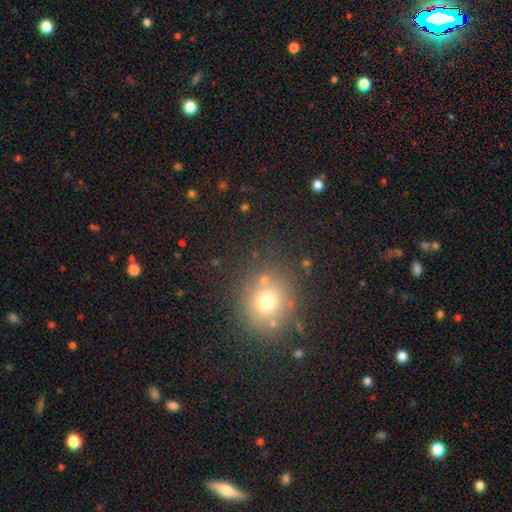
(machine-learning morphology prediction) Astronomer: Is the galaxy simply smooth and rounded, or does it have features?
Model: smooth — 59%.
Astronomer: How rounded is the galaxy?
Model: round — 81%.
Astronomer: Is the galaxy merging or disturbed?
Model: none — 86%.